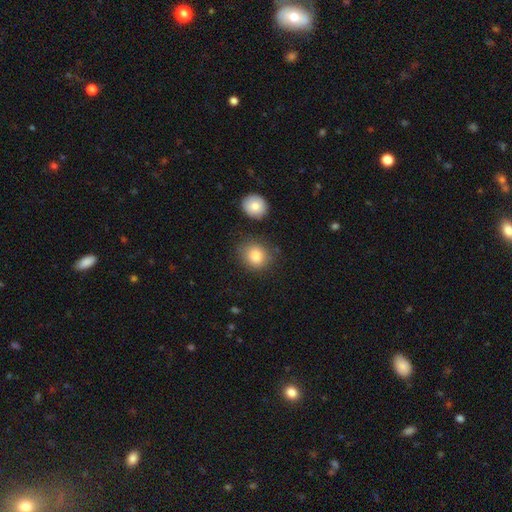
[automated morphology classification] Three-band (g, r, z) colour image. It shows a smooth galaxy with no disk features (85%) that is round (75%). Merging: none (76%).